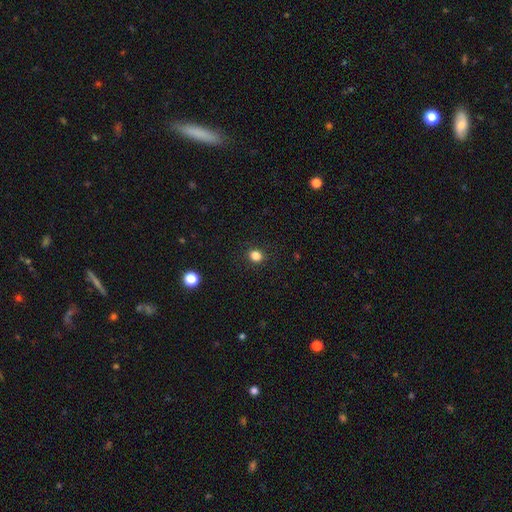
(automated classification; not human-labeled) smooth 84%, star or artifact 12%, featured or disk 4%. Down the decision tree: how rounded — round (68%); merging — none (90%).